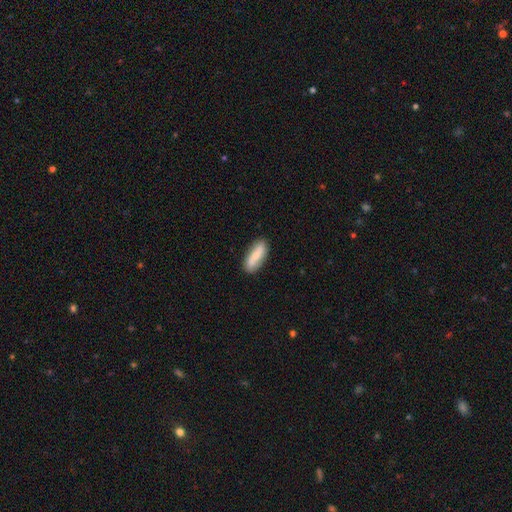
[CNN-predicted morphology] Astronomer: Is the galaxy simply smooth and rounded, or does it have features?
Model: smooth — 60%.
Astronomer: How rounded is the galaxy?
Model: in between — 65%.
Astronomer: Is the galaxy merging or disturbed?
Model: none — 82%.